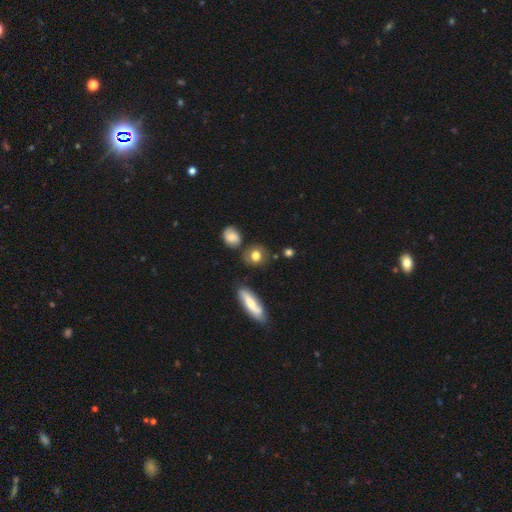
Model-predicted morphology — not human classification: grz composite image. It shows a smooth galaxy with no disk features (75%) that is round (70%). Merging: none (73%).